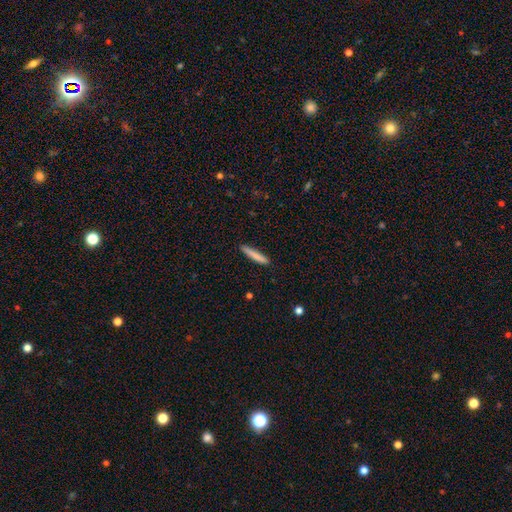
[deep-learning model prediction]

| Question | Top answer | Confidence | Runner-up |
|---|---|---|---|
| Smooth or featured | smooth | 81% | featured or disk (13%) |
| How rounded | cigar-shaped | 94% | in between (5%) |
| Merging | none | 90% | minor disturbance (7%) |